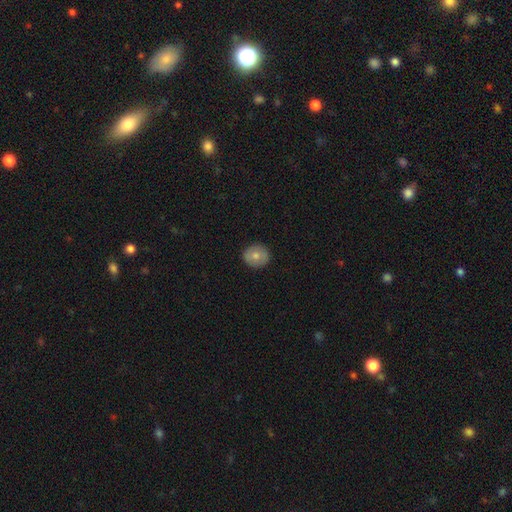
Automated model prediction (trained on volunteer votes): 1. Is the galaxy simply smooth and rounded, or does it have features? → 73% smooth, 20% featured or disk, 8% star or artifact.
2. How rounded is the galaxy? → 87% round, 12% in between, 1% cigar-shaped.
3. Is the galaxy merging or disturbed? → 90% none, 8% minor disturbance, 2% major disturbance, 1% merger.